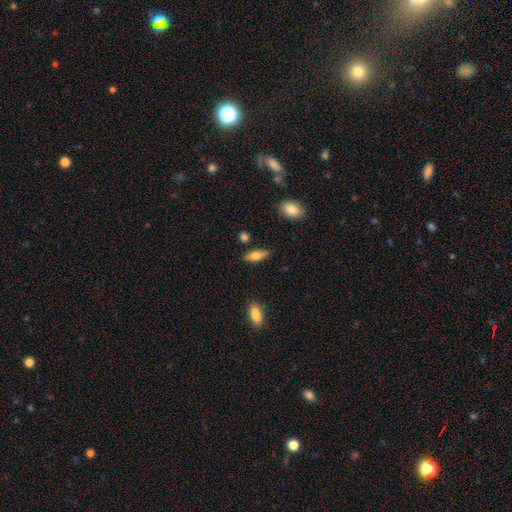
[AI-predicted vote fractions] This appears to be a smooth galaxy with no disk features (70%) that is in between round and cigar-shaped (66%). Merging: none (84%).